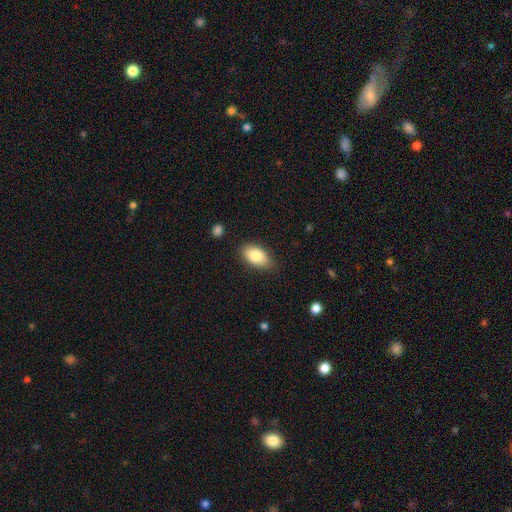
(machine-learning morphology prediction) type=smooth (85%); roundness=in between (93%); merging=none (81%).